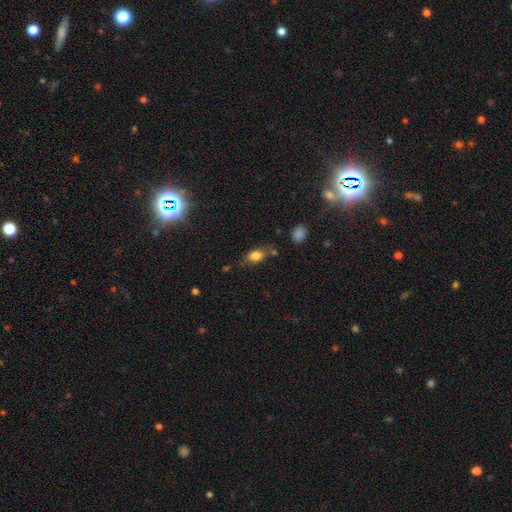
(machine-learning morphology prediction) Smooth or featured? smooth (79%)
How rounded? in between (80%)
Merging? none (65%)